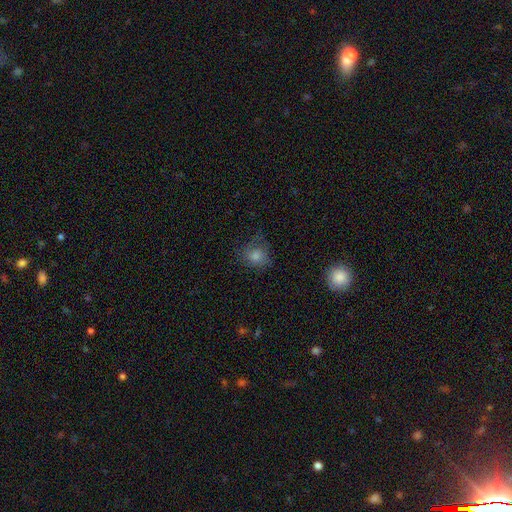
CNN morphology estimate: This appears to be a smooth galaxy with no disk features (68%) that is round (82%). Merging: none (64%).